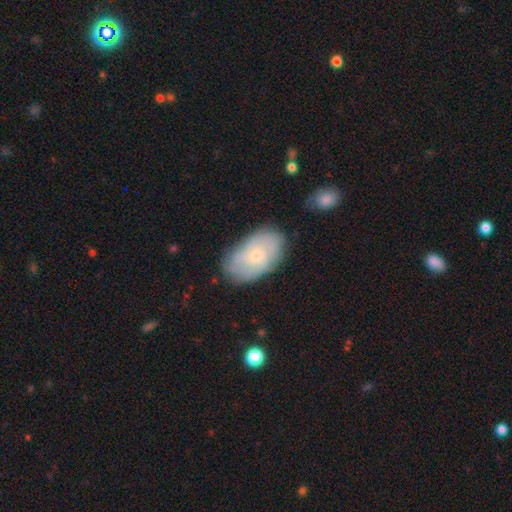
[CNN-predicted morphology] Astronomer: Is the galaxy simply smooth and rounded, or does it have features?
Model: featured or disk — 57% (runner-up: smooth, 36%).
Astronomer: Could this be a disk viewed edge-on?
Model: no — 95%.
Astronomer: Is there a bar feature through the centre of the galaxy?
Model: no — 78%.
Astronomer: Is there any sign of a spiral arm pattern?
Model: yes — 80%.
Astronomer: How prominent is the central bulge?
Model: small — 77%.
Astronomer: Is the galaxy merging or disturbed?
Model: none — 75%.